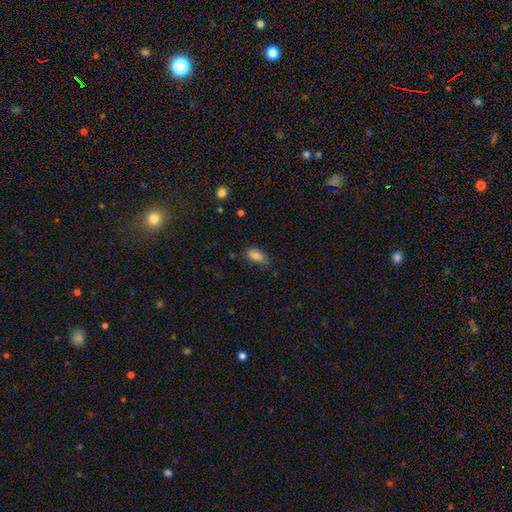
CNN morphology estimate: smooth-or-featured: smooth: 85% | star or artifact: 9% | featured or disk: 6%
  how-rounded: in between: 89% | cigar-shaped: 7% | round: 4%
  merging: none: 69% | minor disturbance: 24% | major disturbance: 5% | merger: 2%